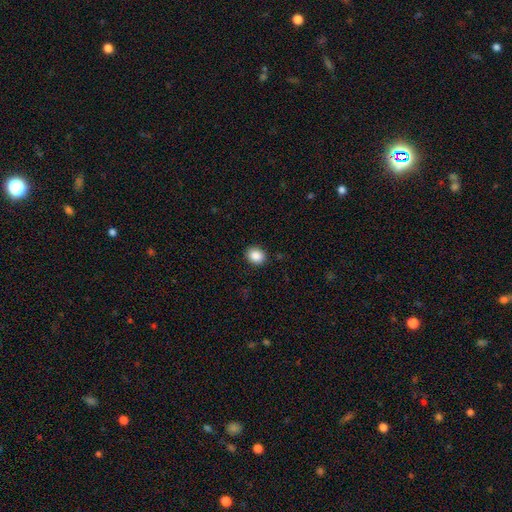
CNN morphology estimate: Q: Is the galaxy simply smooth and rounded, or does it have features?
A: smooth — 87%.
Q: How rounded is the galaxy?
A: round — 60%.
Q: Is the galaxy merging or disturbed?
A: none — 90%.